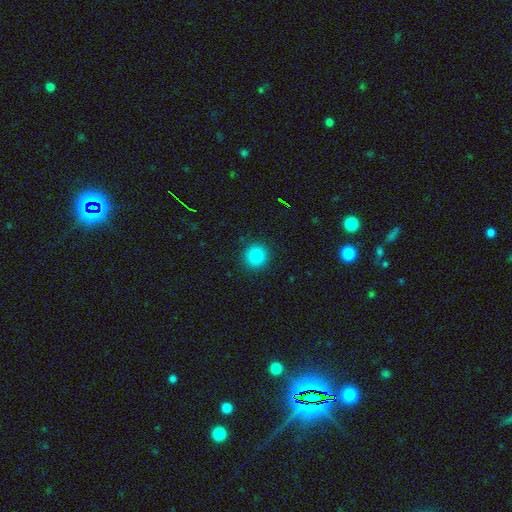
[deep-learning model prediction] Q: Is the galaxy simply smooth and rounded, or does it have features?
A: smooth — 84%.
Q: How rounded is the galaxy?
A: round — 92%.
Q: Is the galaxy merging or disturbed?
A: none — 91%.